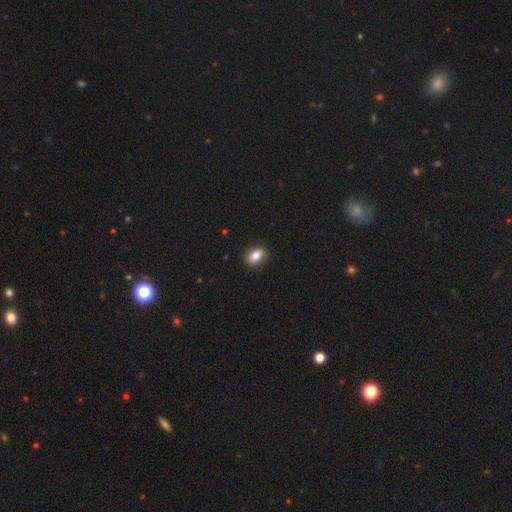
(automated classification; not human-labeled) The model was most divided on "how rounded": in between: 78%, round: 19%, cigar-shaped: 3%. More confident: merging — none (89%); smooth or featured — smooth (80%).